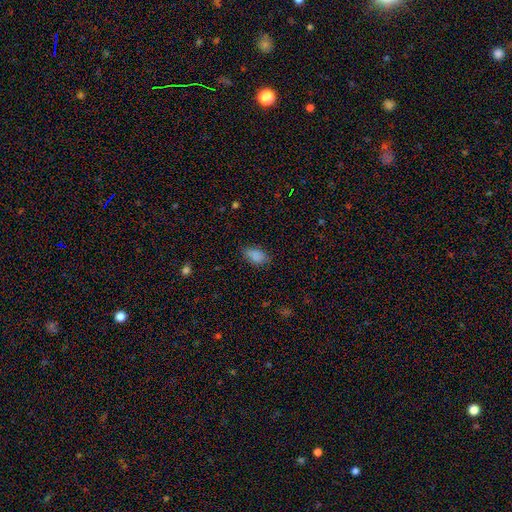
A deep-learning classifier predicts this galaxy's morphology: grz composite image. It shows a smooth galaxy with no disk features (85%) that is in between round and cigar-shaped (90%). Merging: none (75%).